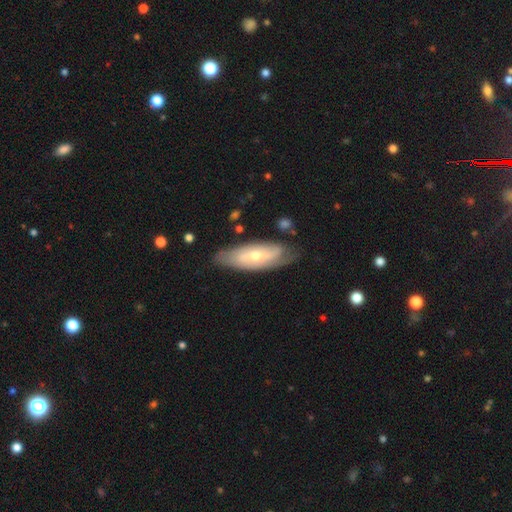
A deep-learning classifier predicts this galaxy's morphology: smooth-or-featured: featured or disk: 68% | smooth: 26% | star or artifact: 6%
  disk-edge-on: no: 83% | yes: 17%
    bar: no: 55% | weak: 34% | strong: 11%
    has-spiral-arms: yes: 83% | no: 17%
    bulge-size: moderate: 49% | small: 47% | large: 2% | none: 1% | dominant: 1%
  merging: none: 75% | minor disturbance: 18% | major disturbance: 5% | merger: 2%